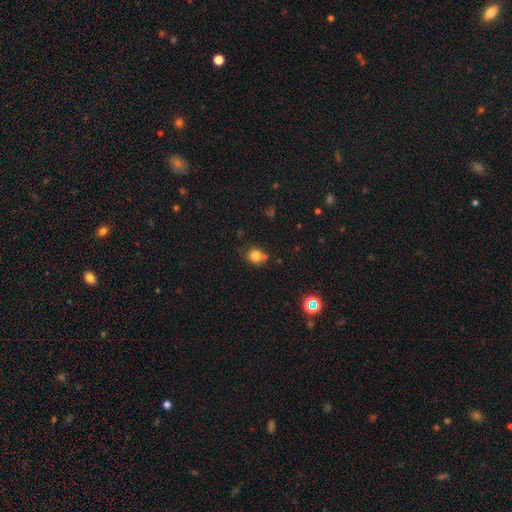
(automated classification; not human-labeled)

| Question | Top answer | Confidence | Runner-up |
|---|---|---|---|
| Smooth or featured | smooth | 78% | star or artifact (14%) |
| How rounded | round | 82% | in between (17%) |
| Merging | none | 65% | merger (18%) |